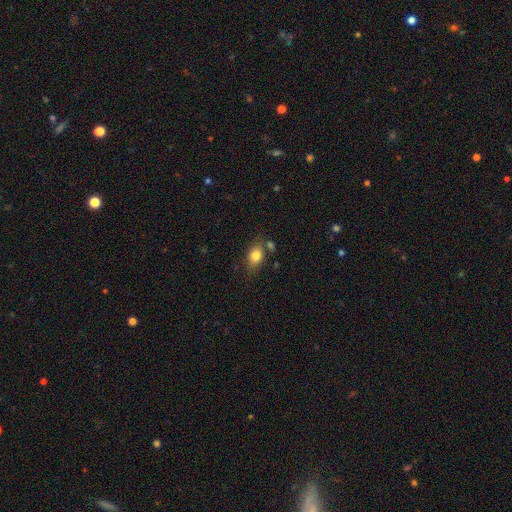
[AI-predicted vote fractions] smooth-or-featured: smooth: 81% | featured or disk: 10% | star or artifact: 9%
  how-rounded: in between: 78% | round: 20% | cigar-shaped: 2%
  merging: none: 68% | minor disturbance: 17% | merger: 10% | major disturbance: 5%